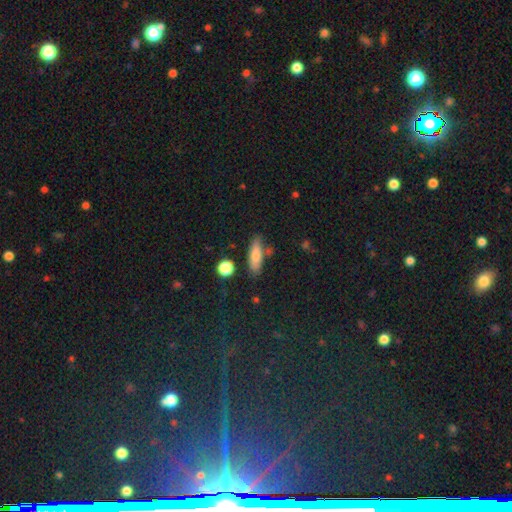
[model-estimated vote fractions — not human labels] smooth_or_featured: smooth (p=0.78) [alt: featured or disk p=0.14]
how_rounded: cigar-shaped (p=0.49) [alt: in between p=0.48]
merging: none (p=0.78) [alt: minor disturbance p=0.13]